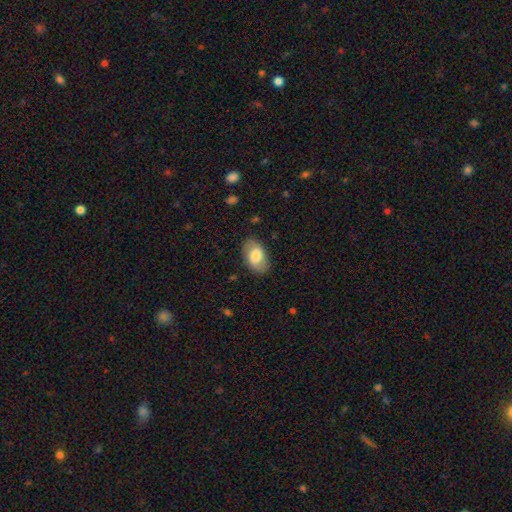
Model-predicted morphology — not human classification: A smooth galaxy with no disk features (69%) that is in between round and cigar-shaped (92%). Merging: none (82%).